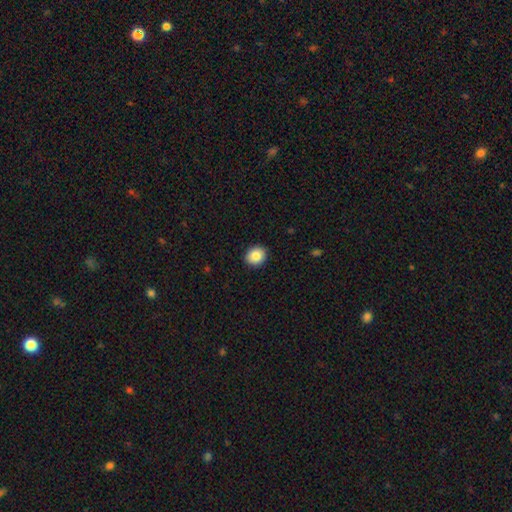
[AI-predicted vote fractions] A smooth galaxy with no disk features (86%) that is round (68%). Merging: none (91%).